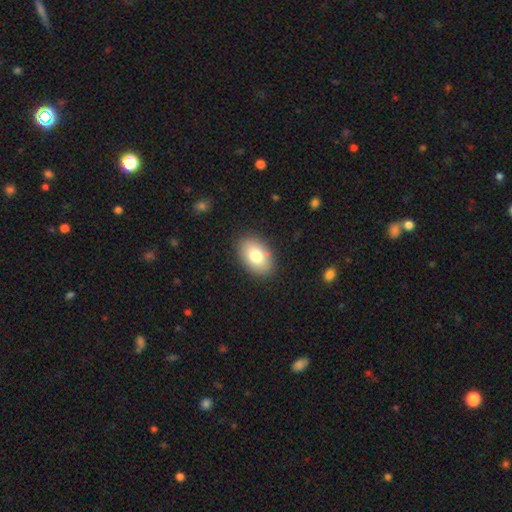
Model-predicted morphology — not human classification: Overall: smooth (78%). How rounded: in between (89%). Merging: none (87%).